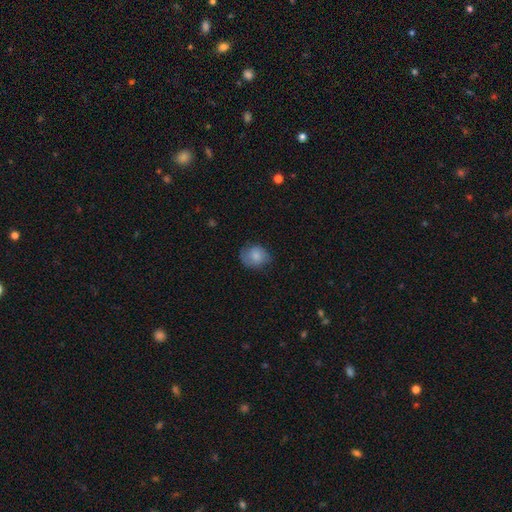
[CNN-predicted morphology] Smooth or featured? Predicted: smooth (p=0.76). How rounded? Predicted: round (p=0.62). Merging? Predicted: none (p=0.65).